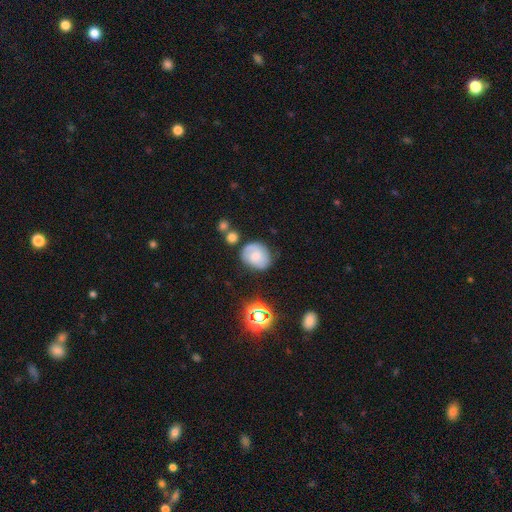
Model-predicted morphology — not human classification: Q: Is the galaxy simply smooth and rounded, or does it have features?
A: smooth — 56%.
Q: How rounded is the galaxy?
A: round — 60%.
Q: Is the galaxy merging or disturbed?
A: none — 65%.